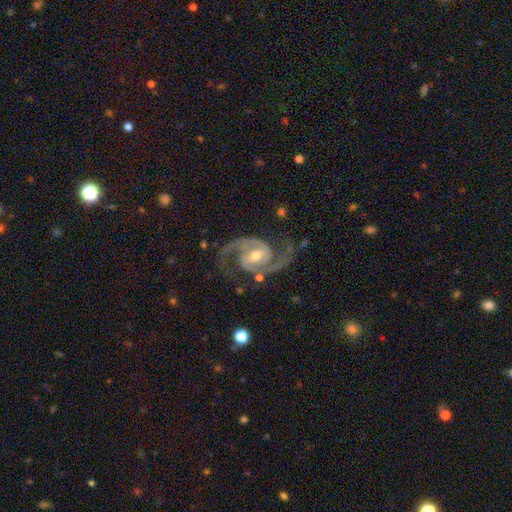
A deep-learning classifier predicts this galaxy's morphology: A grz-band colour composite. It shows a featured or disk galaxy (94%) with a weak bar (42%), 2 (94%) medium (63%) spiral arms (99%) and a moderate central bulge (63%). Merging: none (81%).